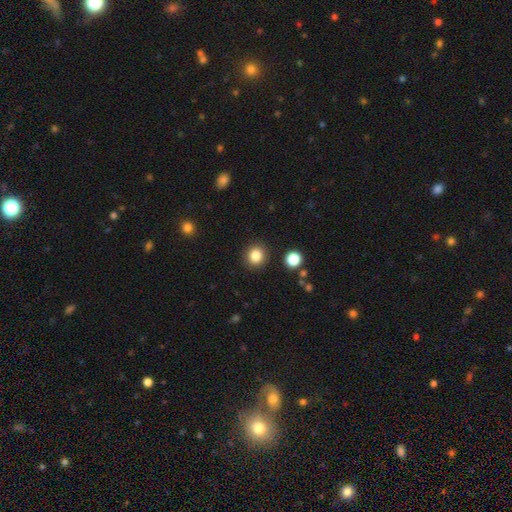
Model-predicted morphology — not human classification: Smooth or featured? smooth (85%)
How rounded? round (87%)
Merging? none (90%)